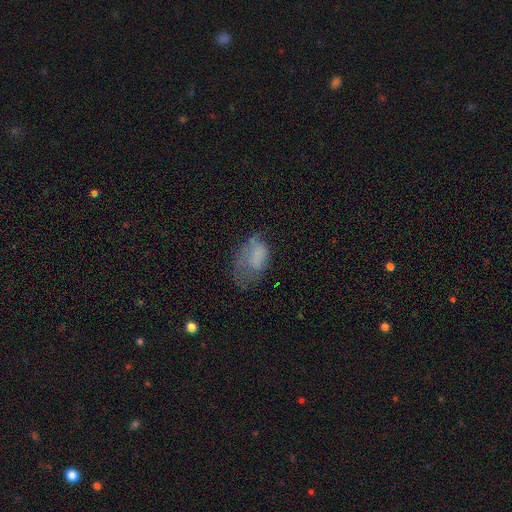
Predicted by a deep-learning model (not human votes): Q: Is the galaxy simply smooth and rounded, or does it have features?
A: smooth — 65%.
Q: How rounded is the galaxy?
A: in between — 89%.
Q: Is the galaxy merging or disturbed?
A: major disturbance — 41%.